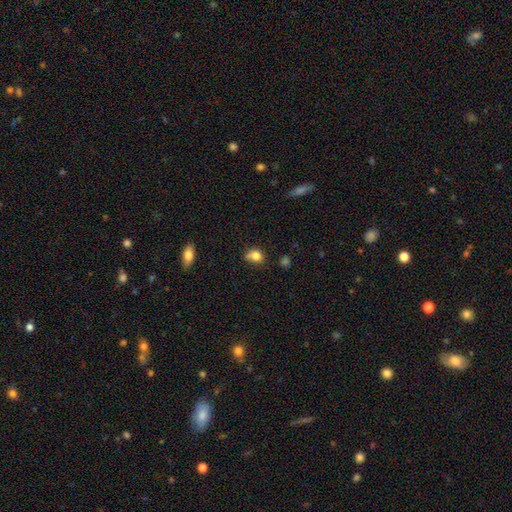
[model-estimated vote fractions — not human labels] A smooth galaxy with no disk features (79%) that is round (60%). Merging: none (48%).